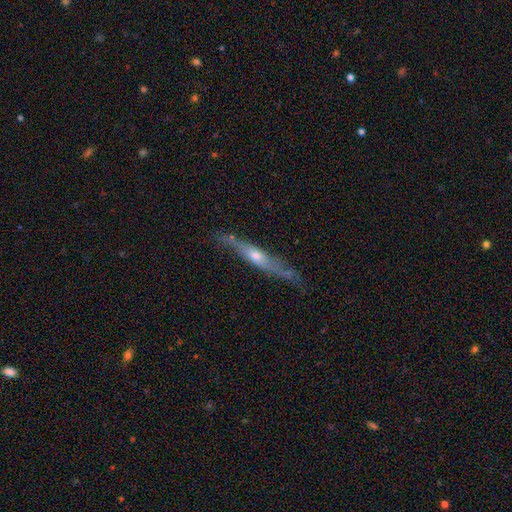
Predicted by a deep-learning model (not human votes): smooth_or_featured: featured or disk (p=0.68) [alt: smooth p=0.26]
disk_edge_on: yes (p=0.85) [alt: no p=0.15]
edge_on_bulge: rounded (p=0.75) [alt: none p=0.17]
merging: none (p=0.70) [alt: minor disturbance p=0.22]